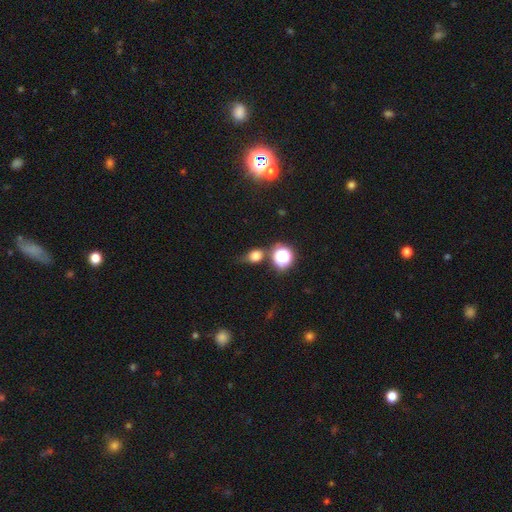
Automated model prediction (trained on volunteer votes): The model was most divided on "how rounded": round: 53%, in between: 45%, cigar-shaped: 2%. More confident: smooth or featured — smooth (73%); merging — none (58%).